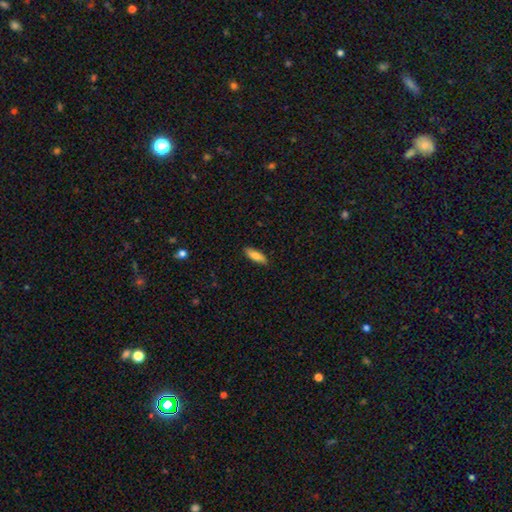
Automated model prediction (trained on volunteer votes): smooth-or-featured: smooth: 76% | featured or disk: 18% | star or artifact: 6%
  how-rounded: in between: 57% | cigar-shaped: 41% | round: 2%
  merging: none: 87% | minor disturbance: 10% | major disturbance: 2% | merger: 1%